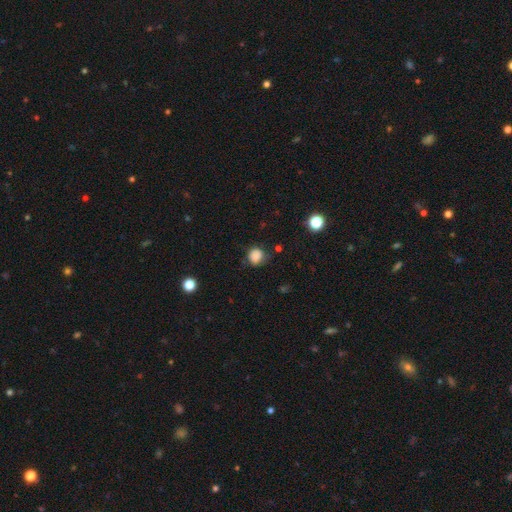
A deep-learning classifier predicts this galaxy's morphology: Smooth or featured: smooth — 83% (star or artifact — 11%)
How rounded: round — 79% (in between — 20%)
Merging: none — 68% (minor disturbance — 22%)